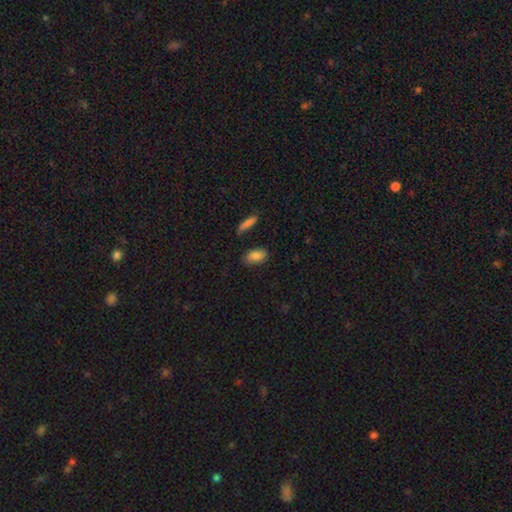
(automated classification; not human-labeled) A smooth galaxy with no disk features (83%) that is in between round and cigar-shaped (90%).

Vote fractions:
- Smooth or featured? smooth: 83% / featured or disk: 9% / star or artifact: 8%
- How rounded? in between: 90% / cigar-shaped: 5% / round: 4%
- Merging? none: 78% / minor disturbance: 15% / merger: 4% / major disturbance: 3%